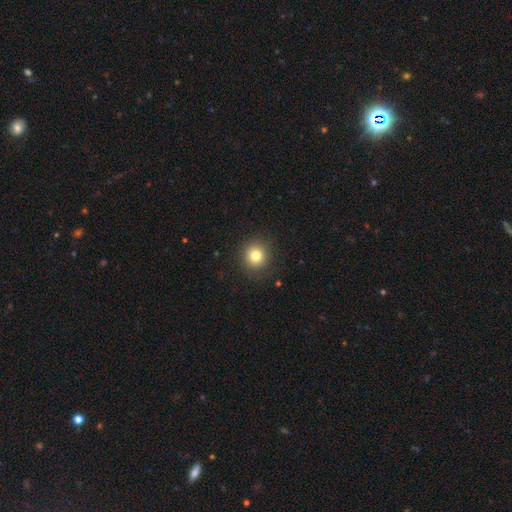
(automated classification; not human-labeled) smooth_or_featured: smooth (p=0.81) [alt: star or artifact p=0.12]
how_rounded: round (p=0.91) [alt: in between p=0.08]
merging: none (p=0.89) [alt: minor disturbance p=0.07]